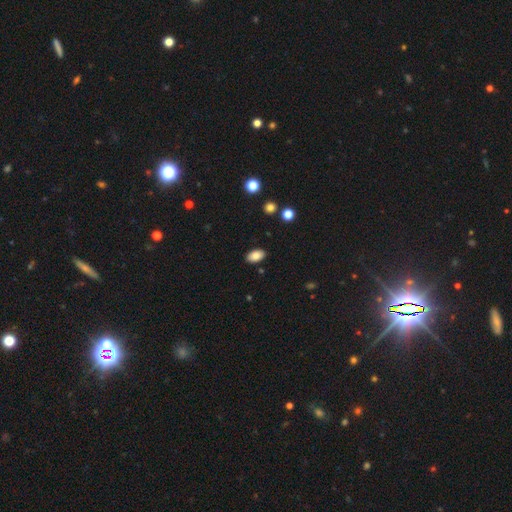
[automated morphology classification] The model was most divided on "smooth or featured": smooth: 85%, star or artifact: 8%, featured or disk: 6%. More confident: how rounded — in between (92%); merging — none (88%).